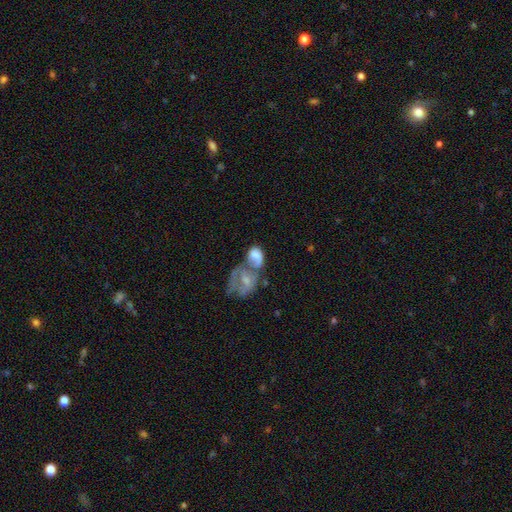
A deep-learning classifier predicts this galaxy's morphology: The model was most divided on "smooth or featured": smooth: 56%, featured or disk: 36%, star or artifact: 9%. More confident: how rounded — in between (69%); merging — merger (62%).